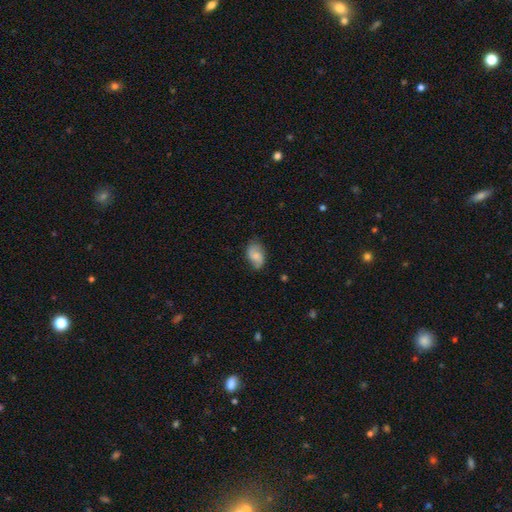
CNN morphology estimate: Smooth or featured? smooth (49%)
Merging? none (70%)